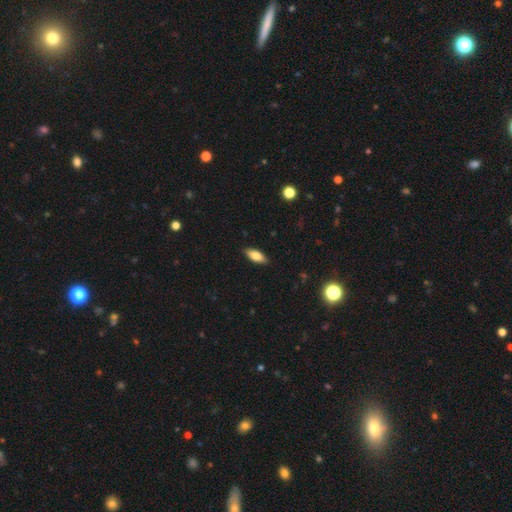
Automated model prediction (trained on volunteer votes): smooth-or-featured: smooth: 73% | featured or disk: 20% | star or artifact: 7%
  how-rounded: in between: 77% | cigar-shaped: 21% | round: 2%
  merging: none: 88% | minor disturbance: 9% | major disturbance: 2% | merger: 1%